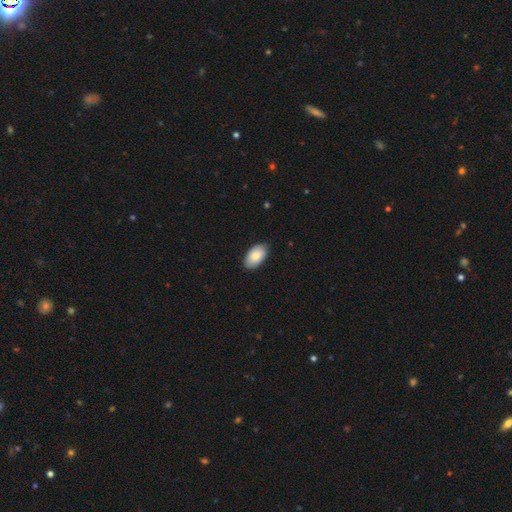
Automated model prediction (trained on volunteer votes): smooth-or-featured: smooth: 82% | featured or disk: 12% | star or artifact: 6%
  how-rounded: in between: 95% | round: 4% | cigar-shaped: 1%
  merging: none: 86% | minor disturbance: 12% | major disturbance: 2% | merger: 1%